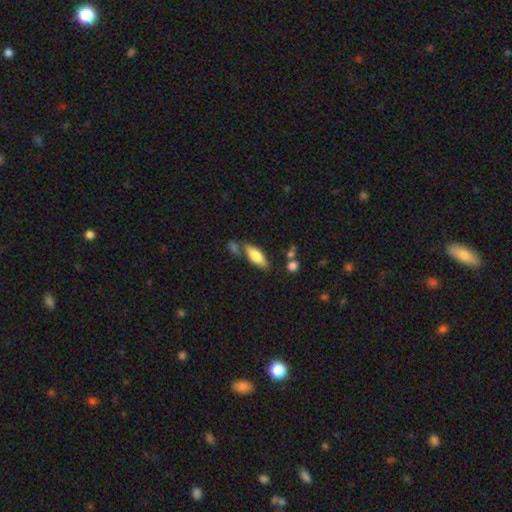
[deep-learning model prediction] Smooth or featured: smooth — 64% (featured or disk — 30%)
How rounded: in between — 64% (cigar-shaped — 33%)
Merging: none — 67% (minor disturbance — 16%)